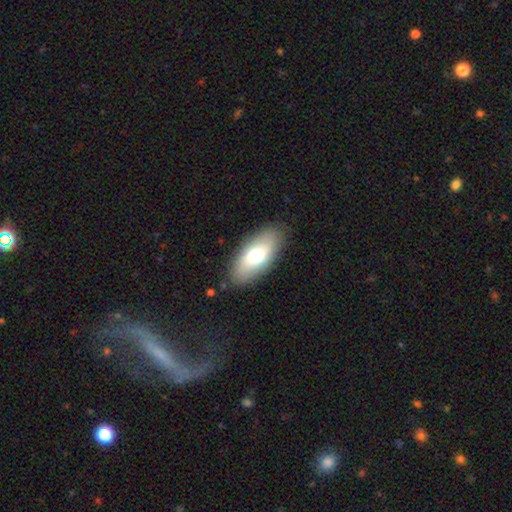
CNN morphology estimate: smooth-or-featured: smooth: 68% | featured or disk: 25% | star or artifact: 7%
  how-rounded: in between: 89% | cigar-shaped: 9% | round: 3%
  merging: none: 86% | minor disturbance: 10% | major disturbance: 3% | merger: 1%